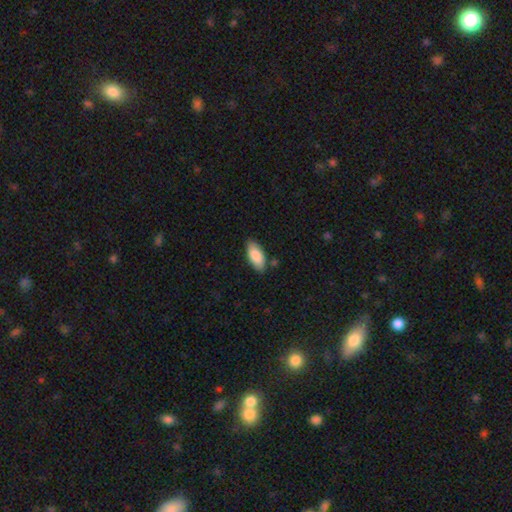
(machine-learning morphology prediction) A smooth galaxy with no disk features (86%) that is in between round and cigar-shaped (88%).

Vote fractions:
- Smooth or featured? smooth: 86% / featured or disk: 8% / star or artifact: 6%
- How rounded? in between: 88% / cigar-shaped: 10% / round: 2%
- Merging? none: 81% / minor disturbance: 13% / merger: 3% / major disturbance: 2%